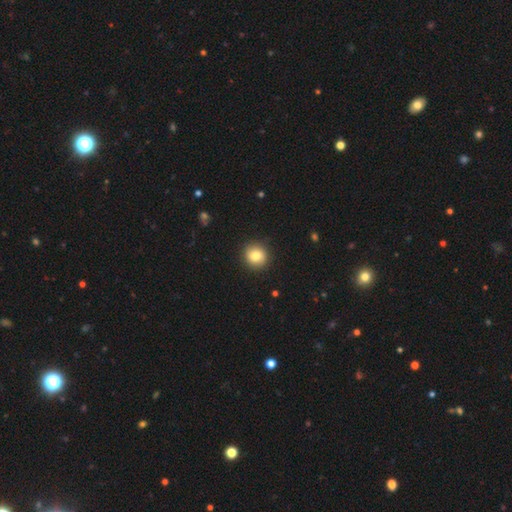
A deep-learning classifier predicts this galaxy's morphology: This appears to be a smooth galaxy with no disk features (82%) that is round (91%). Merging: none (91%).